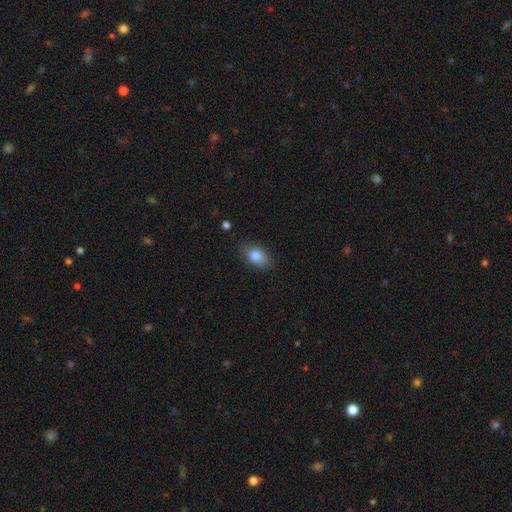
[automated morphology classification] A smooth galaxy with no disk features (82%) that is in between round and cigar-shaped (81%).

Vote fractions:
- Smooth or featured? smooth: 82% / featured or disk: 10% / star or artifact: 9%
- How rounded? in between: 81% / round: 16% / cigar-shaped: 2%
- Merging? none: 79% / minor disturbance: 17% / major disturbance: 3% / merger: 1%